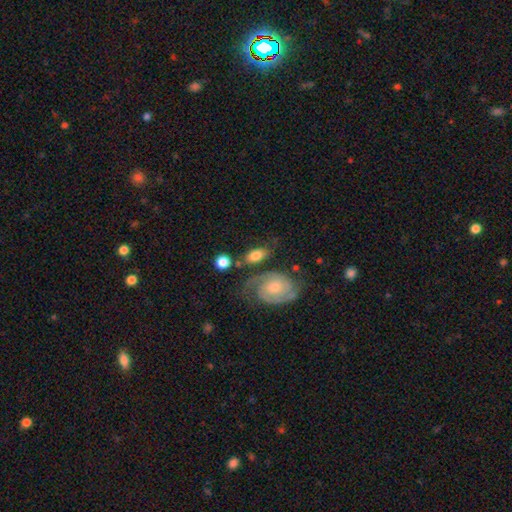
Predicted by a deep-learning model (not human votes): Morphology: type=smooth (60%); roundness=in between (82%); merging=none (58%).